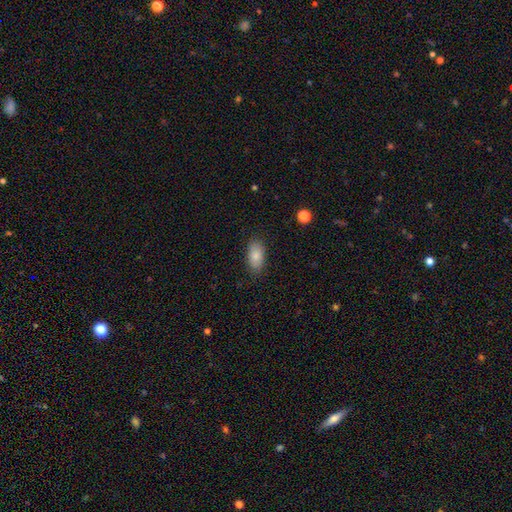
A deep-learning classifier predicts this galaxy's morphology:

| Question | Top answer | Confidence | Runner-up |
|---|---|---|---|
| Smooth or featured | smooth | 85% | featured or disk (8%) |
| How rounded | in between | 91% | cigar-shaped (6%) |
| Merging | none | 85% | minor disturbance (11%) |